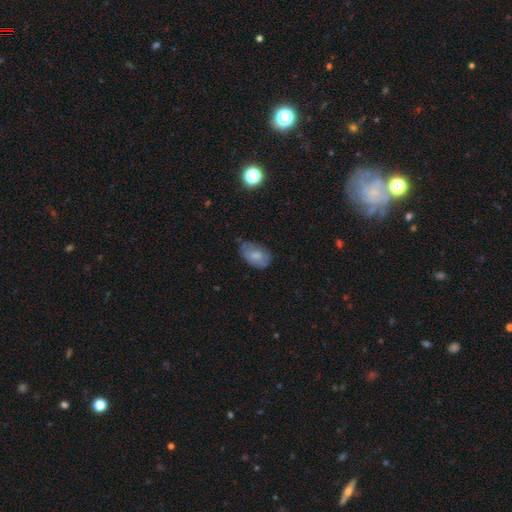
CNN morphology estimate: Smooth or featured?
  - smooth: 70% *
  - featured or disk: 22%
  - star or artifact: 8%
How rounded?
  - in between: 90% *
  - round: 9%
  - cigar-shaped: 1%
Merging?
  - none: 55% *
  - minor disturbance: 33%
  - major disturbance: 9%
  - merger: 2%